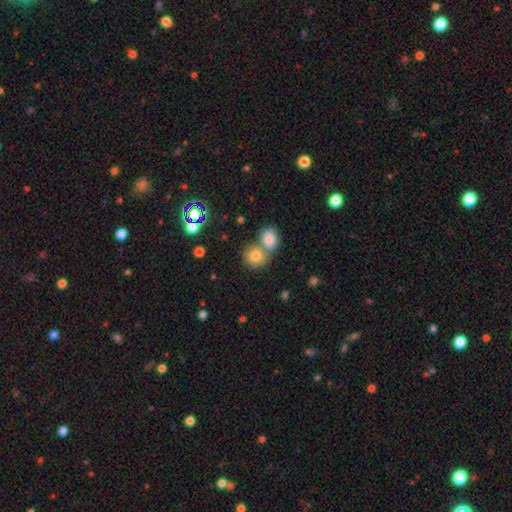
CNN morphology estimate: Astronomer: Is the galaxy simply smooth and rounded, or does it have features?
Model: smooth — 79%.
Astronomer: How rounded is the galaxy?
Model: round — 78%.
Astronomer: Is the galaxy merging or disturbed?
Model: merger — 50% (runner-up: none, 41%).